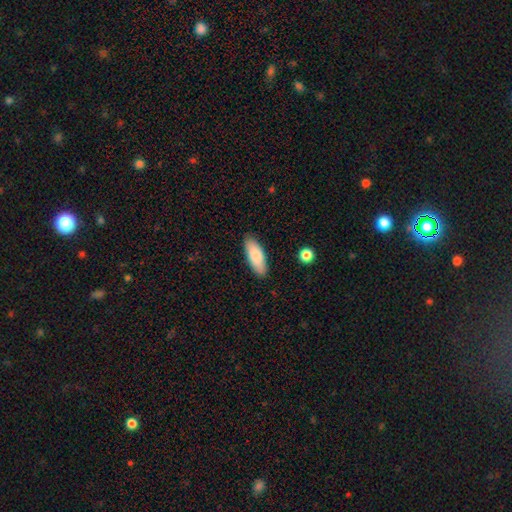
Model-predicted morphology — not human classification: smooth 83%, featured or disk 11%, star or artifact 6%. Down the decision tree: how rounded — in between (74%); merging — none (87%).